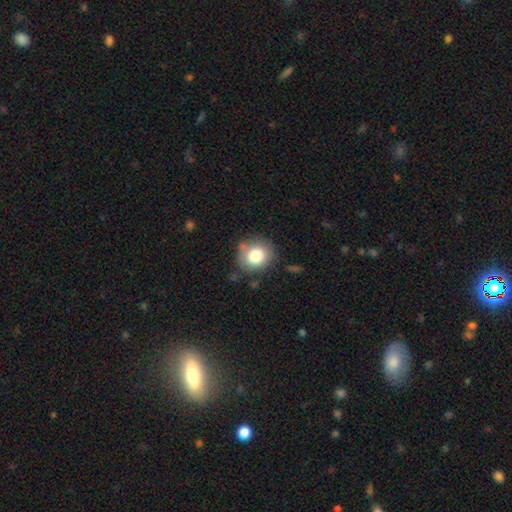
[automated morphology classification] The model was most divided on "merging": none: 79%, minor disturbance: 14%, major disturbance: 4%, merger: 3%. More confident: how rounded — round (86%); smooth or featured — smooth (79%).